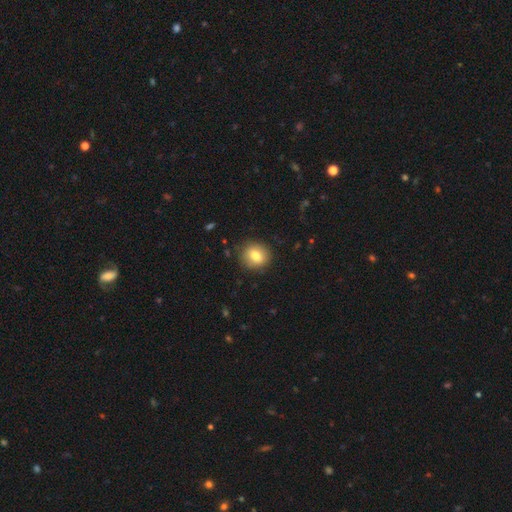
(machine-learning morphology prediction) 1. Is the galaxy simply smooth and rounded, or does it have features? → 78% smooth, 12% featured or disk, 9% star or artifact.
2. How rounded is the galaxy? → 80% round, 19% in between, 1% cigar-shaped.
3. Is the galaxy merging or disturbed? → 87% none, 9% minor disturbance, 3% major disturbance, 1% merger.